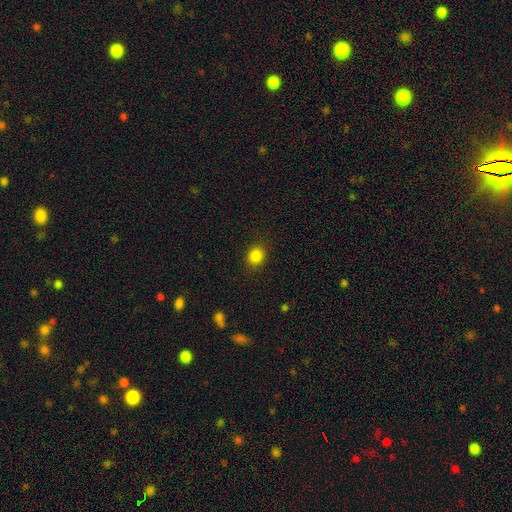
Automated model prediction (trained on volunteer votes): Morphology: type=smooth (85%); roundness=round (76%); merging=none (88%).